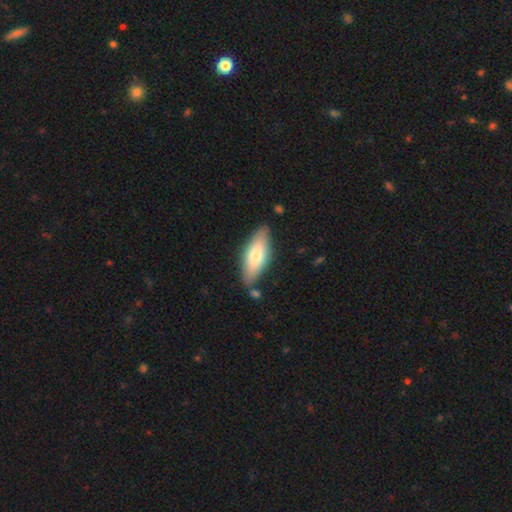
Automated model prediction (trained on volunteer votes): A smooth galaxy with no disk features (67%) that is in between round and cigar-shaped (69%). Merging: none (79%).